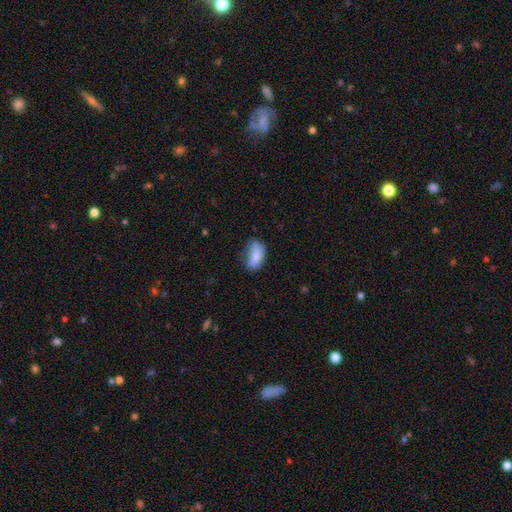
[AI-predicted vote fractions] smooth-or-featured: smooth: 80% | featured or disk: 12% | star or artifact: 8%
  how-rounded: in between: 90% | cigar-shaped: 6% | round: 5%
  merging: none: 45% | minor disturbance: 37% | major disturbance: 15% | merger: 3%